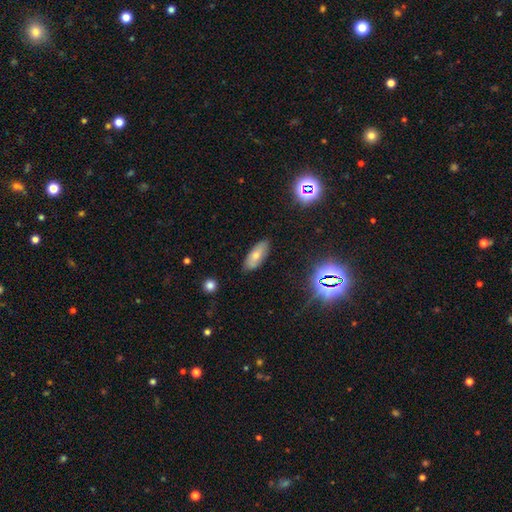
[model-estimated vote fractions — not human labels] smooth-or-featured: smooth: 68% | featured or disk: 21% | star or artifact: 11%
  how-rounded: in between: 81% | cigar-shaped: 16% | round: 3%
  merging: none: 82% | minor disturbance: 14% | major disturbance: 3% | merger: 2%